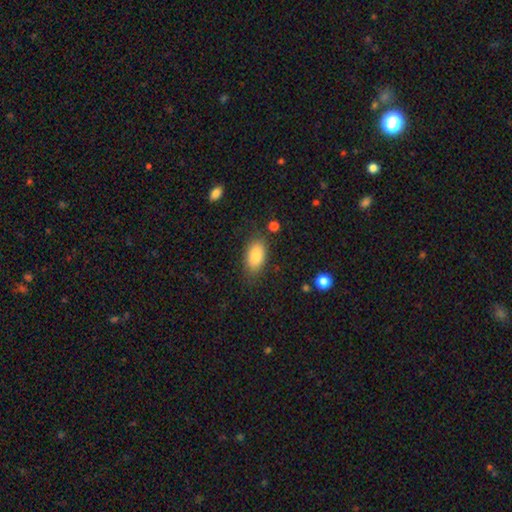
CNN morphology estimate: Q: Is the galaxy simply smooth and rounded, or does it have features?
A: smooth — 86%.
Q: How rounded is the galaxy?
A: in between — 92%.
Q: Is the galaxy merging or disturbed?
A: none — 79%.